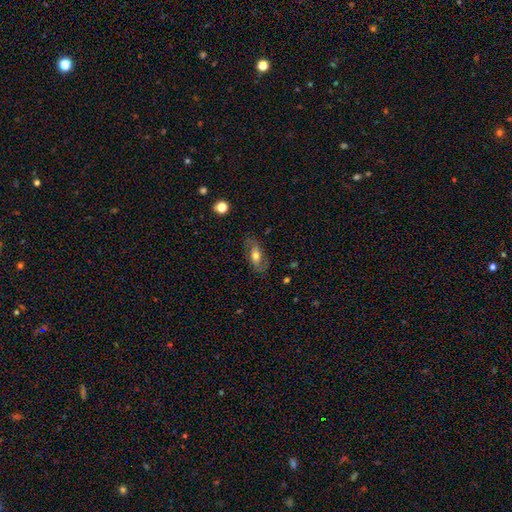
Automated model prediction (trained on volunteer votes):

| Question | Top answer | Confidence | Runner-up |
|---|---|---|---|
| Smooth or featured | featured or disk | 48% | smooth (44%) |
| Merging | none | 76% | minor disturbance (16%) |